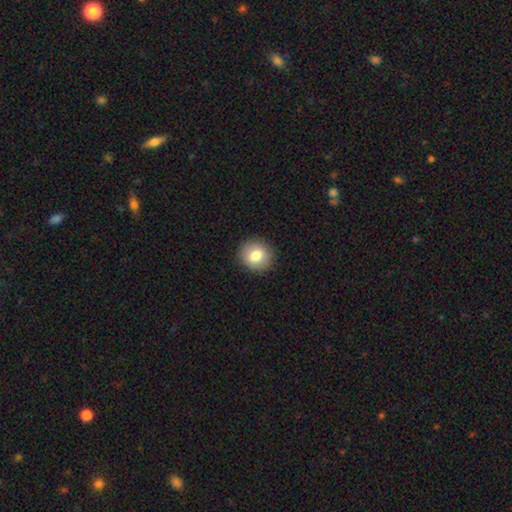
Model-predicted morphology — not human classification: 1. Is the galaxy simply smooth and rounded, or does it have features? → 79% smooth, 12% featured or disk, 9% star or artifact.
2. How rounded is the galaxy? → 83% round, 16% in between, 1% cigar-shaped.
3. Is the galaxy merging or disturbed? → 91% none, 6% minor disturbance, 2% major disturbance, 1% merger.